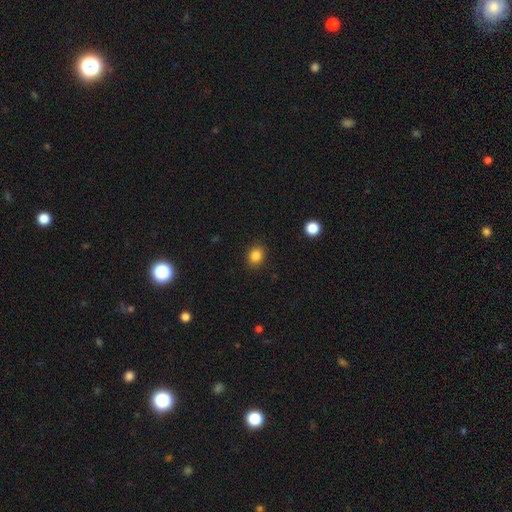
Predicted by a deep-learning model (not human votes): Q: Smooth or featured?
A: smooth (85%); runner-up: star or artifact (11%)
Q: How rounded?
A: round (58%); runner-up: in between (41%)
Q: Merging?
A: none (89%); runner-up: minor disturbance (8%)